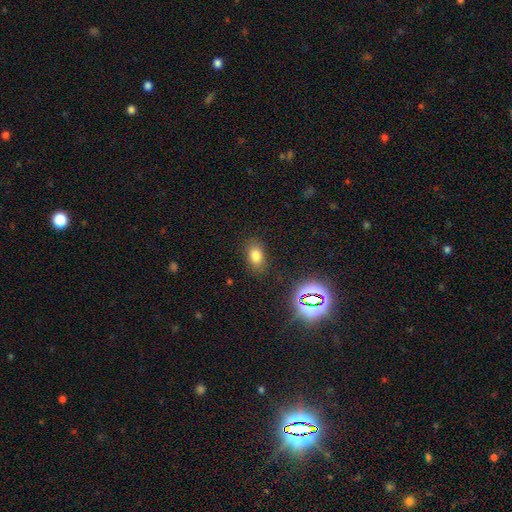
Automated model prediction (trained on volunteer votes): Overall: smooth (76%). How rounded: in between (83%). Merging: none (83%).